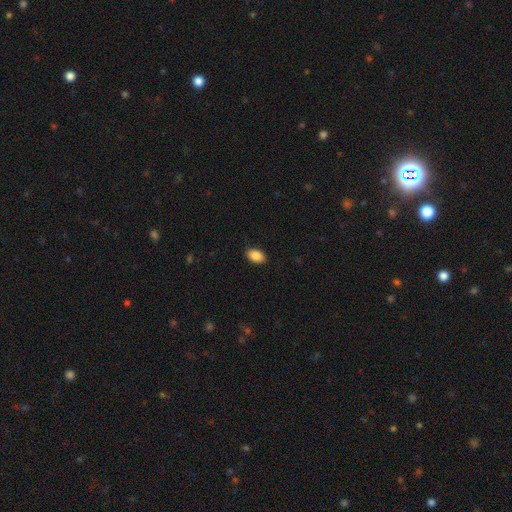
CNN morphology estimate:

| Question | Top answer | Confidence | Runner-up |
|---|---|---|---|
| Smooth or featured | smooth | 88% | star or artifact (8%) |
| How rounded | in between | 89% | round (10%) |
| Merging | none | 89% | minor disturbance (8%) |